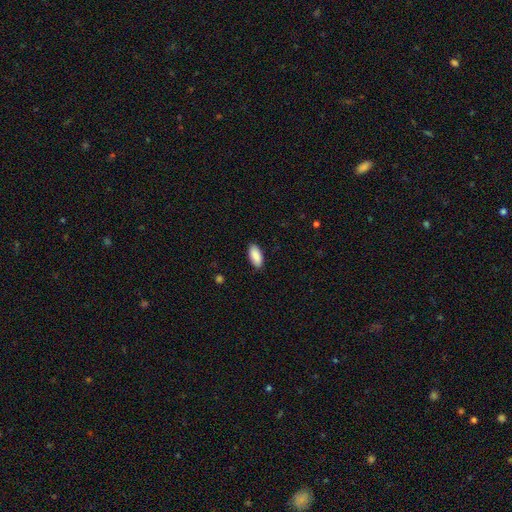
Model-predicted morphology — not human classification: Smooth or featured? smooth (90%)
How rounded? in between (91%)
Merging? none (88%)